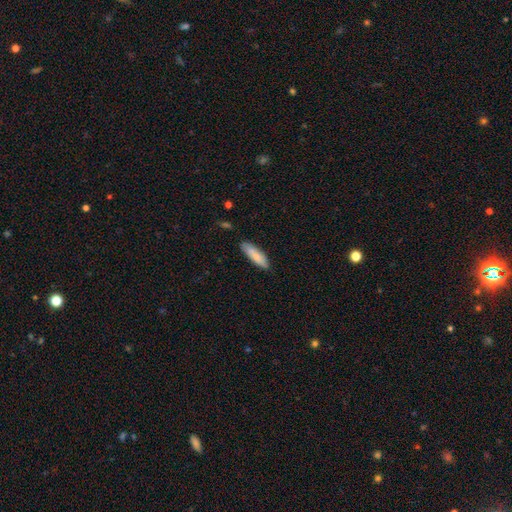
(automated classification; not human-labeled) Q: Smooth or featured?
A: smooth (81%); runner-up: featured or disk (13%)
Q: How rounded?
A: cigar-shaped (52%); runner-up: in between (47%)
Q: Merging?
A: none (81%); runner-up: minor disturbance (15%)